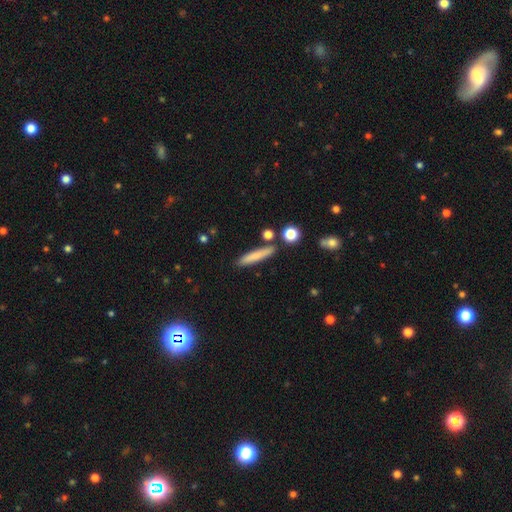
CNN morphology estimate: Overall: smooth (76%). How rounded: cigar-shaped (91%). Merging: none (84%).